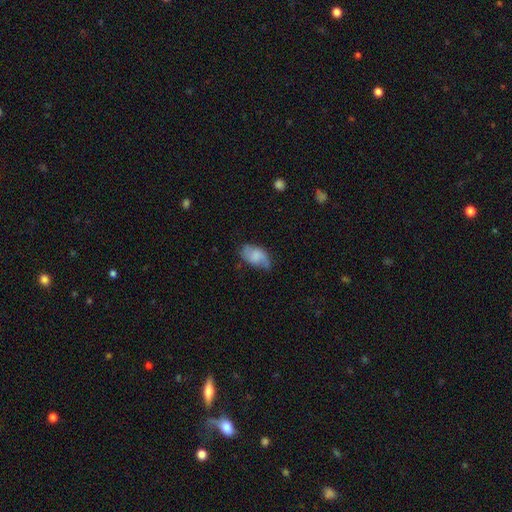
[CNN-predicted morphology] Smooth or featured? Predicted: smooth (p=0.66). How rounded? Predicted: in between (p=0.92). Merging? Predicted: none (p=0.55).